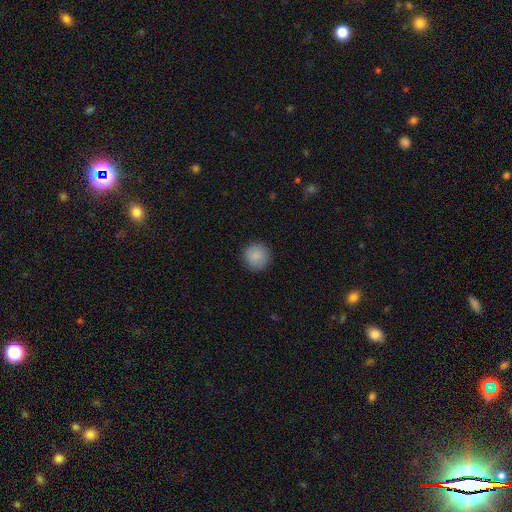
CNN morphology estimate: Q: Smooth or featured?
A: smooth (88%); runner-up: star or artifact (8%)
Q: How rounded?
A: round (95%); runner-up: in between (4%)
Q: Merging?
A: none (91%); runner-up: minor disturbance (6%)